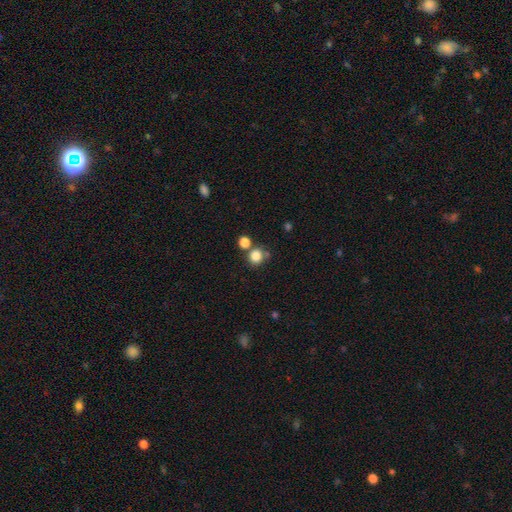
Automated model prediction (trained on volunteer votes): Q: Smooth or featured?
A: smooth (83%); runner-up: star or artifact (12%)
Q: How rounded?
A: round (84%); runner-up: in between (15%)
Q: Merging?
A: none (62%); runner-up: merger (22%)